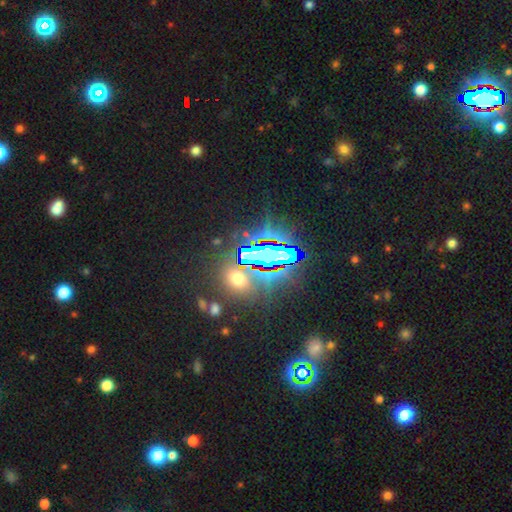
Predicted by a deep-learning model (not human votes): A star or artifact, not a galaxy (73%).

Vote fractions:
- Smooth or featured? star or artifact: 73% / smooth: 17% / featured or disk: 10%